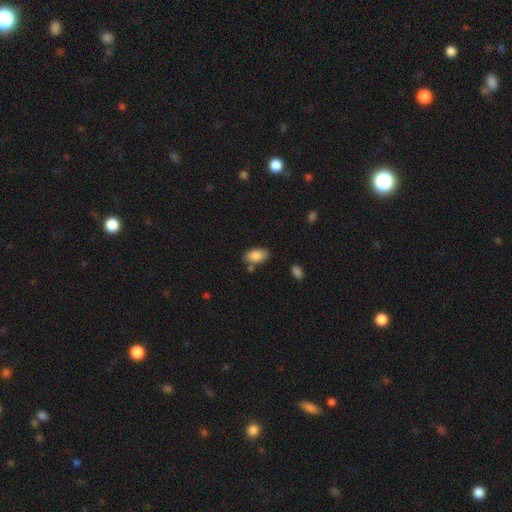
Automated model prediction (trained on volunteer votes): Smooth or featured? Predicted: smooth (p=0.86). How rounded? Predicted: in between (p=0.94). Merging? Predicted: none (p=0.75).